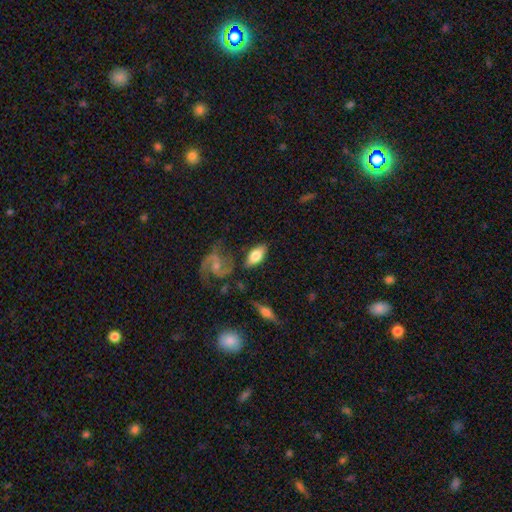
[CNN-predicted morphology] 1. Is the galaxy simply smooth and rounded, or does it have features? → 66% smooth, 28% featured or disk, 6% star or artifact.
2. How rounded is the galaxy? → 88% in between, 8% cigar-shaped, 4% round.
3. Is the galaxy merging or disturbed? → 72% none, 17% minor disturbance, 6% merger, 5% major disturbance.